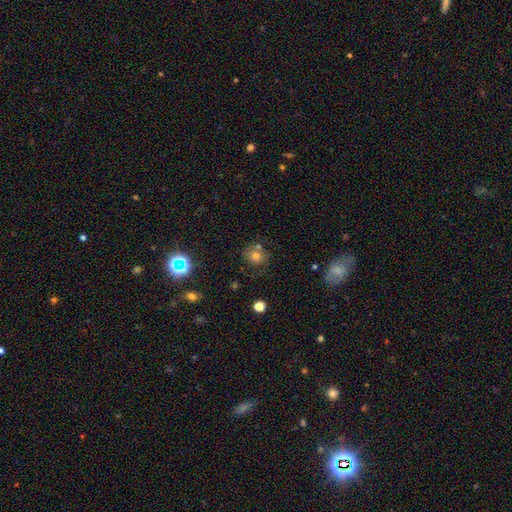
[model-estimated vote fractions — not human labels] A smooth galaxy with no disk features (62%) that is round (81%).

Vote fractions:
- Smooth or featured? smooth: 62% / star or artifact: 22% / featured or disk: 16%
- How rounded? round: 81% / in between: 18% / cigar-shaped: 1%
- Merging? none: 67% / minor disturbance: 16% / merger: 11% / major disturbance: 7%